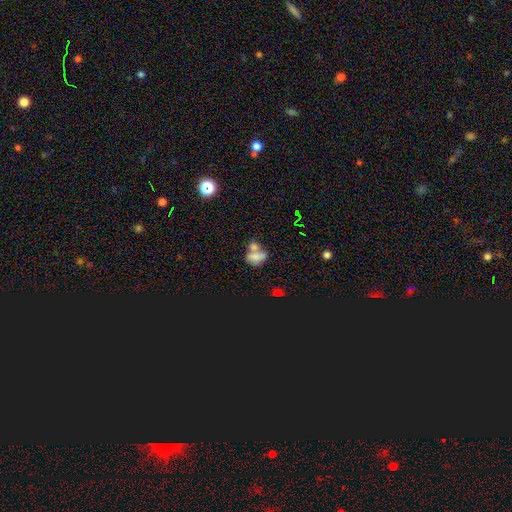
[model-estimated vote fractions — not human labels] A smooth galaxy with no disk features (67%) that is in between round and cigar-shaped (79%).

Vote fractions:
- Smooth or featured? smooth: 67% / featured or disk: 19% / star or artifact: 14%
- How rounded? in between: 79% / round: 16% / cigar-shaped: 5%
- Merging? merger: 55% / none: 27% / minor disturbance: 11% / major disturbance: 7%